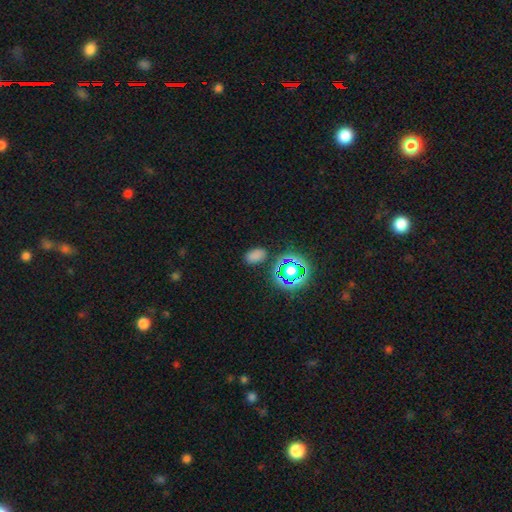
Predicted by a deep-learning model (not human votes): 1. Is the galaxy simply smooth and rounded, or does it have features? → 67% smooth, 26% star or artifact, 6% featured or disk.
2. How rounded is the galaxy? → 87% in between, 11% round, 2% cigar-shaped.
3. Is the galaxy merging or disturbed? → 81% none, 12% minor disturbance, 4% major disturbance, 3% merger.